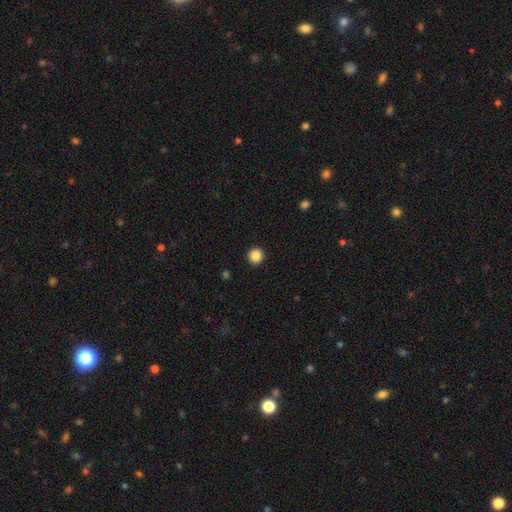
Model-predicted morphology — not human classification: Q: Smooth or featured?
A: smooth (88%); runner-up: star or artifact (10%)
Q: How rounded?
A: round (93%); runner-up: in between (6%)
Q: Merging?
A: none (93%); runner-up: minor disturbance (4%)